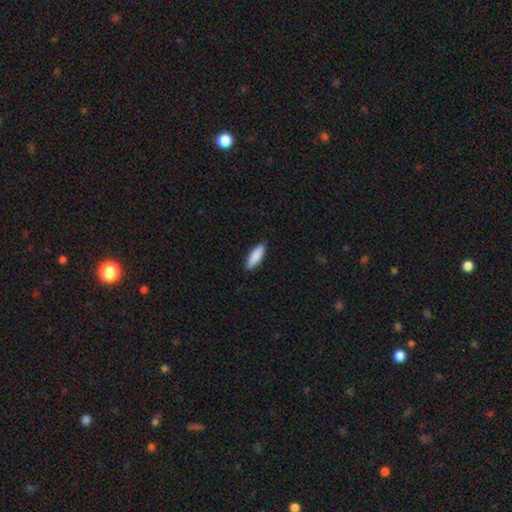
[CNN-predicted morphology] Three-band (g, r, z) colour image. It shows a smooth galaxy with no disk features (89%) that is in between round and cigar-shaped (55%). Merging: none (89%).